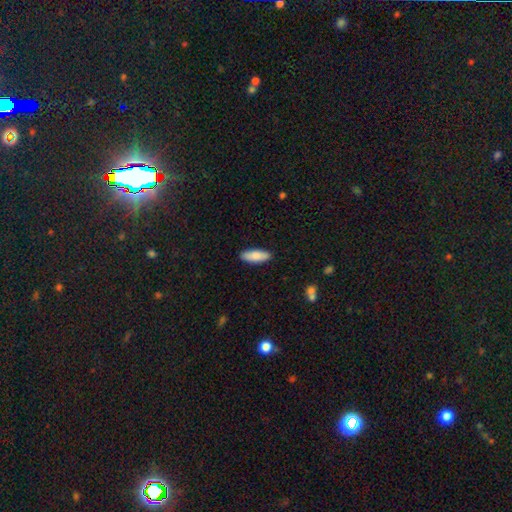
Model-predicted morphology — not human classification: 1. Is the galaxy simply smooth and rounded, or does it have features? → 83% smooth, 12% featured or disk, 6% star or artifact.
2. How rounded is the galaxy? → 64% in between, 35% cigar-shaped, 2% round.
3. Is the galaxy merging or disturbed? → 89% none, 8% minor disturbance, 2% major disturbance, 1% merger.